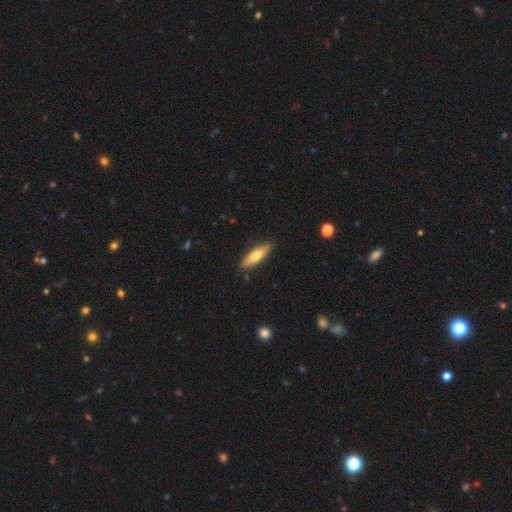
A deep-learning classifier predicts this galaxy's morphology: smooth_or_featured: smooth (p=0.65) [alt: featured or disk p=0.30]
how_rounded: cigar-shaped (p=0.61) [alt: in between p=0.37]
merging: none (p=0.88) [alt: minor disturbance p=0.09]